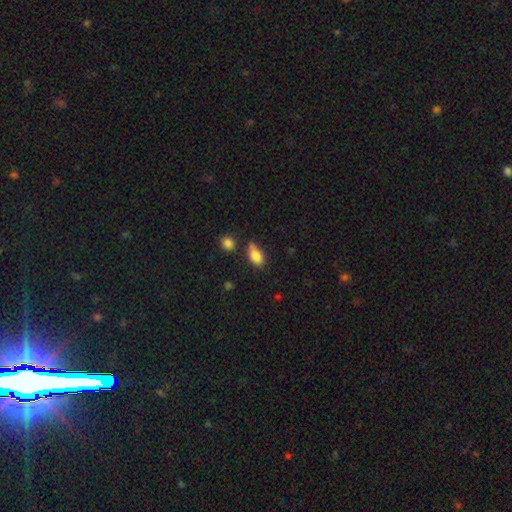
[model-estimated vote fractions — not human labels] The model was most divided on "merging": none: 53%, minor disturbance: 27%, merger: 14%, major disturbance: 7%. More confident: how rounded — in between (83%); smooth or featured — smooth (81%).